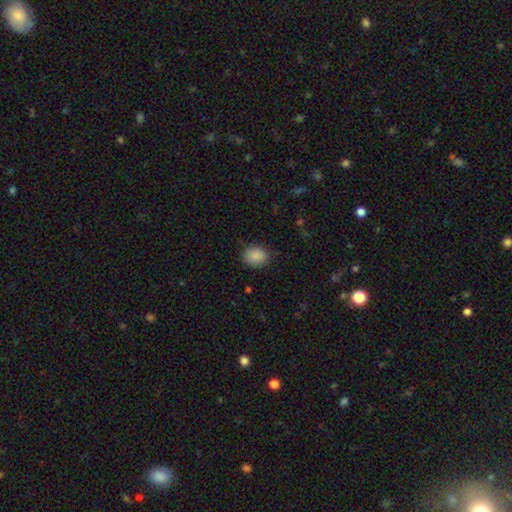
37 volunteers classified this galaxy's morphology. smooth-or-featured: smooth: 92% | star or artifact: 5% | featured or disk: 3%
  how-rounded: in between: 65% | round: 35% | cigar-shaped: 0%
  merging: none: 66% | minor disturbance: 26% | major disturbance: 9% | merger: 0%